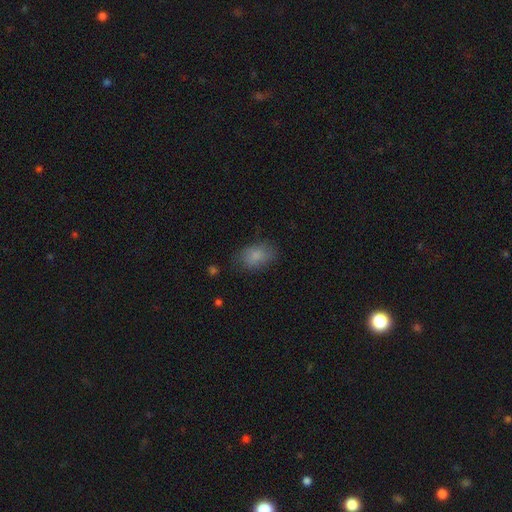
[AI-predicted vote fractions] This appears to be a smooth galaxy with no disk features (83%) that is in between round and cigar-shaped (84%). Merging: none (72%).